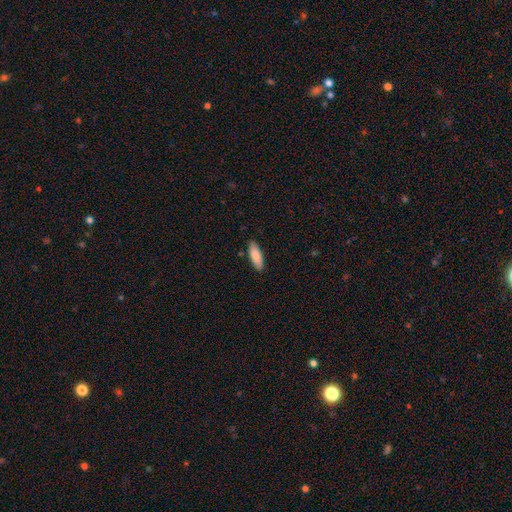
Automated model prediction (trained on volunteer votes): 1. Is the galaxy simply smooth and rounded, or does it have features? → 85% smooth, 9% featured or disk, 6% star or artifact.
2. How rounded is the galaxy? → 59% in between, 40% cigar-shaped, 2% round.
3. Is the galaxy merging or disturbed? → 87% none, 10% minor disturbance, 2% major disturbance, 1% merger.